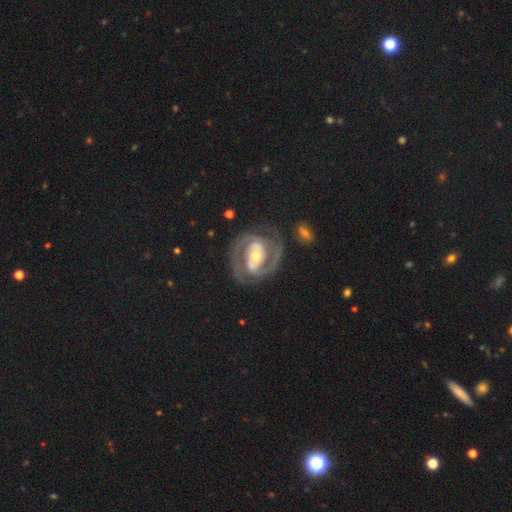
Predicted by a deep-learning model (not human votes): This is clearly a featured or disk galaxy (88%). It is clearly not viewed edge-on (97%). Bar: marginally strong (35%). Spiral arm pattern: clearly yes (93%). Spiral arm count: clearly 2 (88%). Spiral winding: possibly tight (45%, tied with medium). Central bulge: likely moderate (62%). Merging: likely none (76%).